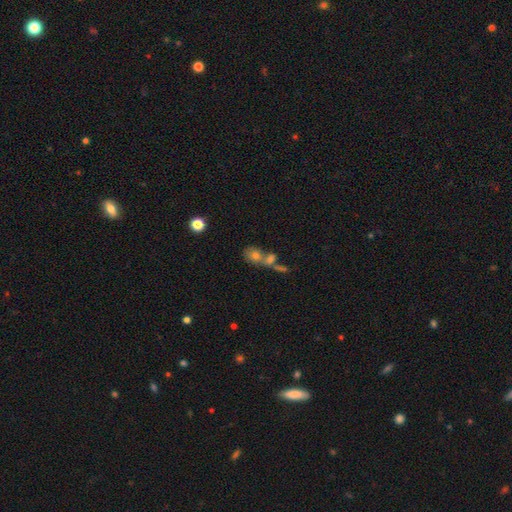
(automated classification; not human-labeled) Morphology: type=smooth (62%); roundness=round (48%, tied with in between); merging=merger (51%).